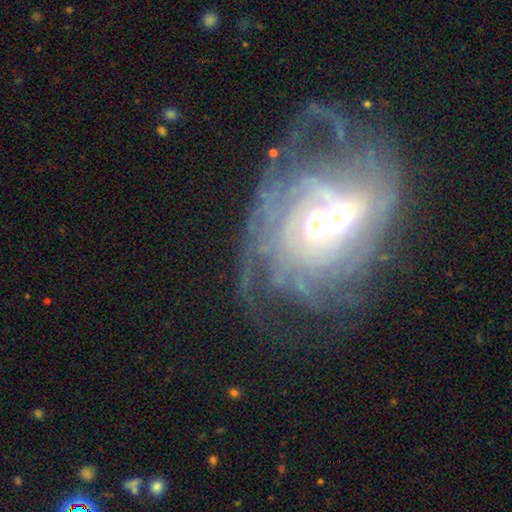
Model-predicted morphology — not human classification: Q: Smooth or featured?
A: featured or disk (78%); runner-up: star or artifact (12%)
Q: Edge-on disk?
A: no (96%); runner-up: yes (4%)
Q: Bar?
A: no (60%); runner-up: weak (27%)
Q: Spiral arms?
A: yes (79%); runner-up: no (21%)
Q: Spiral winding?
A: tight (48%); runner-up: medium (32%)
Q: Spiral arm count?
A: can't tell (42%); runner-up: 2 (17%)
Q: Bulge size?
A: moderate (62%); runner-up: small (22%)
Q: Merging?
A: merger (36%); runner-up: major disturbance (26%)